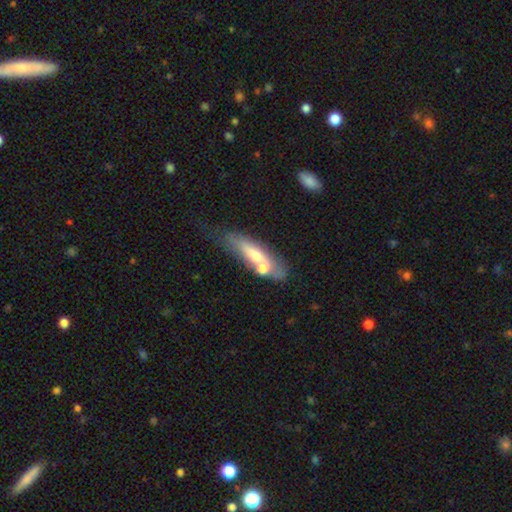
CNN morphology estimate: smooth 52%, featured or disk 40%, star or artifact 8%. Down the decision tree: how rounded — cigar-shaped (57%); merging — none (39%).